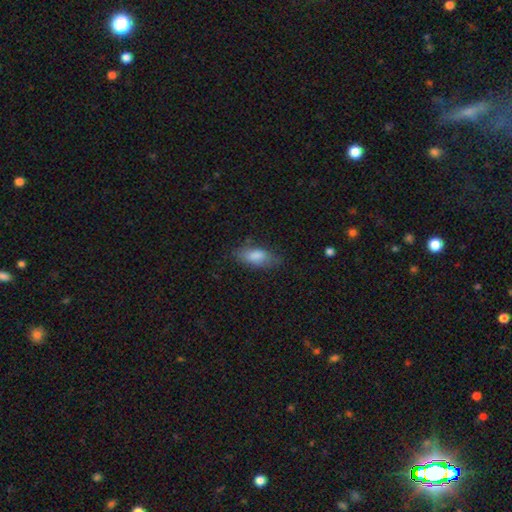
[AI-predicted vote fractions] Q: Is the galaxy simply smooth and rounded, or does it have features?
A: smooth — 81%.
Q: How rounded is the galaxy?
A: in between — 78%.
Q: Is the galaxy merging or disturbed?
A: none — 75%.